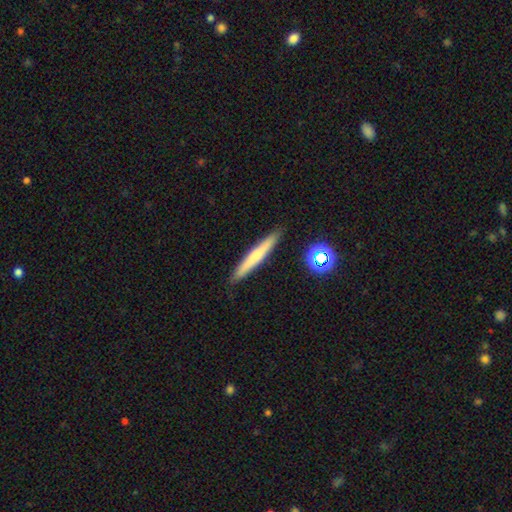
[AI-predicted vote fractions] Morphology: type=featured or disk (47%); merging=none (89%).